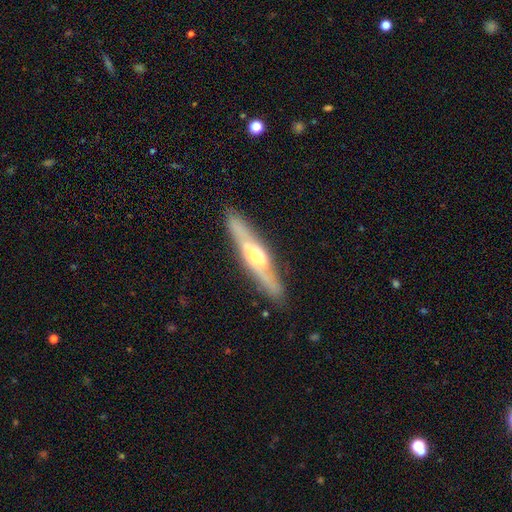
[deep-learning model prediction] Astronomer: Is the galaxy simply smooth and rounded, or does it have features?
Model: featured or disk — 66%.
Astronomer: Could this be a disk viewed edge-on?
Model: yes — 79%.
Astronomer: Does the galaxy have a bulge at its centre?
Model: rounded — 83%.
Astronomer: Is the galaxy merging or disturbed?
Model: none — 85%.